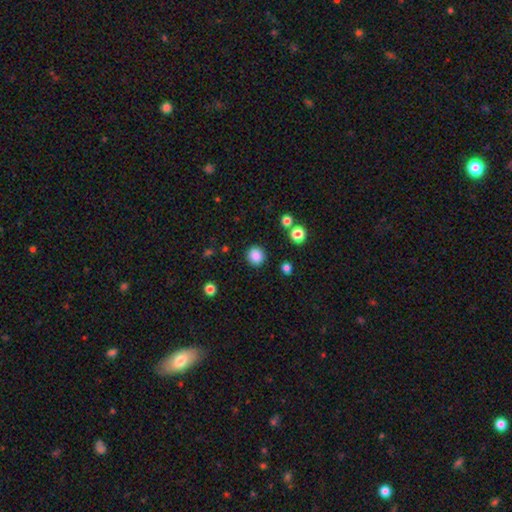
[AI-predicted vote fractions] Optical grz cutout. It shows a smooth galaxy with no disk features (86%) that is round (89%). Merging: none (90%).